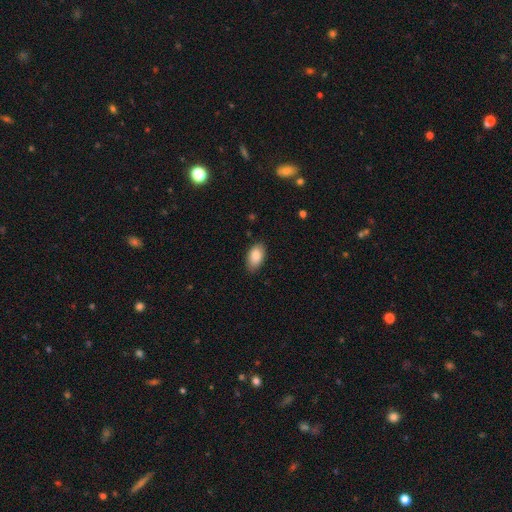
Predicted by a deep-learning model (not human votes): Smooth or featured? Predicted: smooth (p=0.87). How rounded? Predicted: in between (p=0.94). Merging? Predicted: none (p=0.83).